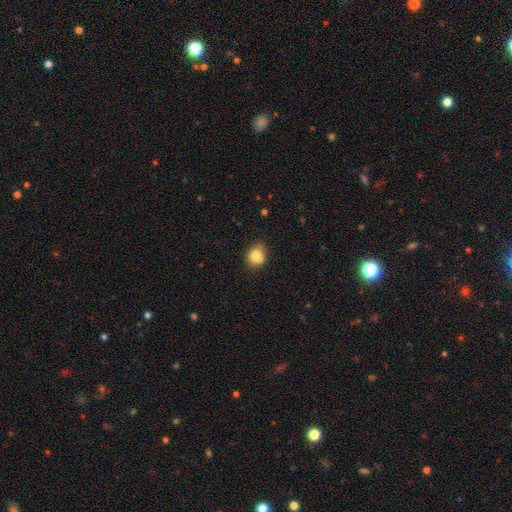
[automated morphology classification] Smooth or featured: smooth — 75% (featured or disk — 15%)
How rounded: round — 60% (in between — 39%)
Merging: none — 57% (merger — 24%)